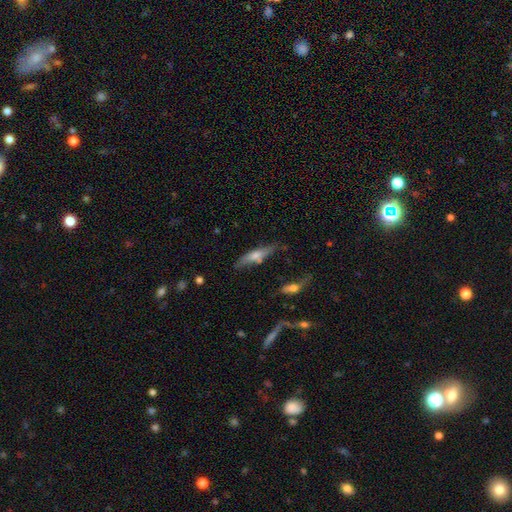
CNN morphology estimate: type=smooth (50%); merging=none (65%).